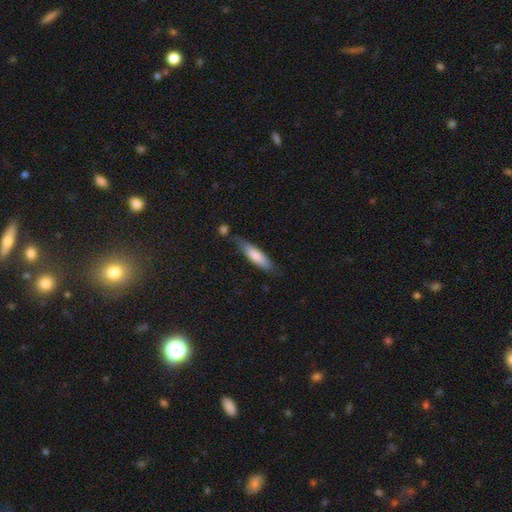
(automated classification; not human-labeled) This is likely a smooth galaxy (78%). How rounded: likely cigar-shaped (64%). Merging: likely none (65%).